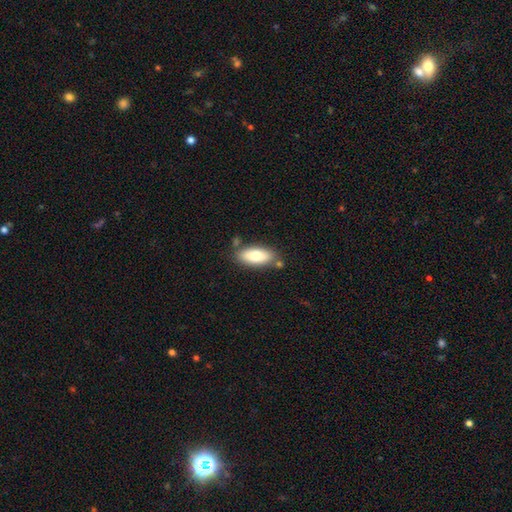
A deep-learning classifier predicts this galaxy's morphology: A smooth galaxy with no disk features (78%) that is in between round and cigar-shaped (81%).

Vote fractions:
- Smooth or featured? smooth: 78% / featured or disk: 16% / star or artifact: 6%
- How rounded? in between: 81% / cigar-shaped: 17% / round: 2%
- Merging? none: 74% / minor disturbance: 14% / merger: 8% / major disturbance: 3%